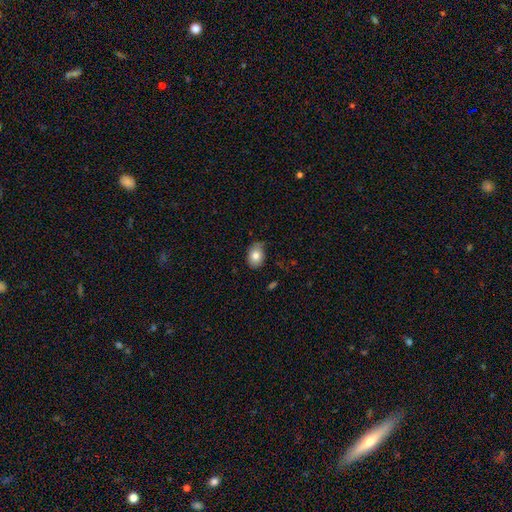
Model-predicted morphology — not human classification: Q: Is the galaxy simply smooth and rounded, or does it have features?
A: smooth — 81%.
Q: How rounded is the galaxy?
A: in between — 70%.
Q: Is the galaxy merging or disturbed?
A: none — 70%.